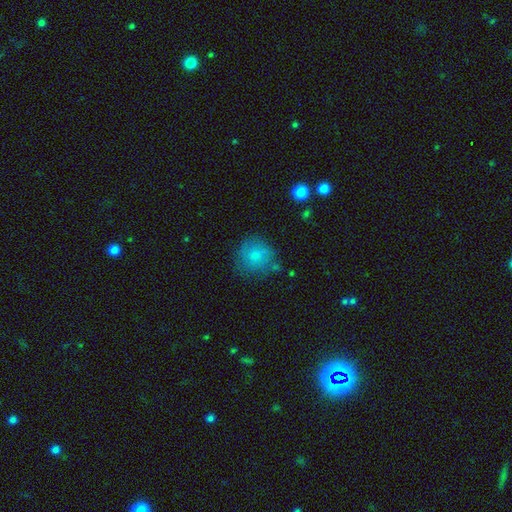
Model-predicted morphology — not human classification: type=smooth (77%); roundness=round (88%); merging=none (67%).